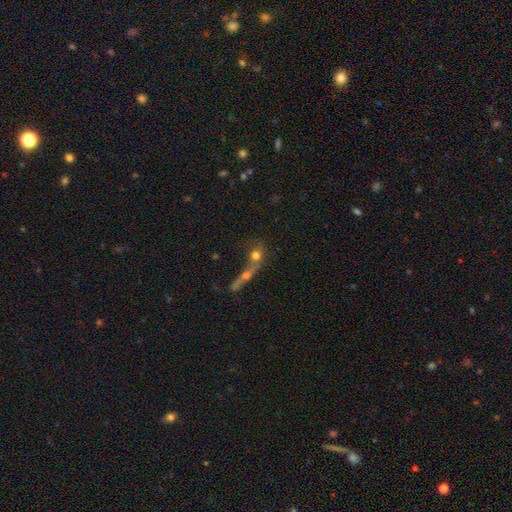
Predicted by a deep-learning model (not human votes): A smooth galaxy with no disk features (59%) that is round (62%).

Vote fractions:
- Smooth or featured? smooth: 59% / featured or disk: 27% / star or artifact: 14%
- How rounded? round: 62% / in between: 25% / cigar-shaped: 13%
- Merging? merger: 55% / none: 29% / minor disturbance: 8% / major disturbance: 8%